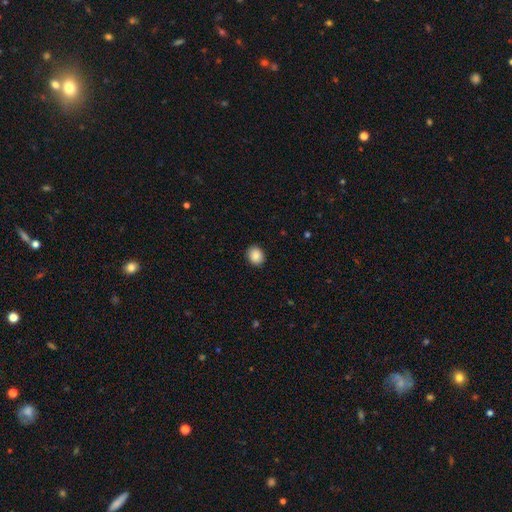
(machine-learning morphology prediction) Overall: smooth (87%). How rounded: round (64%; in between 35%). Merging: none (90%).